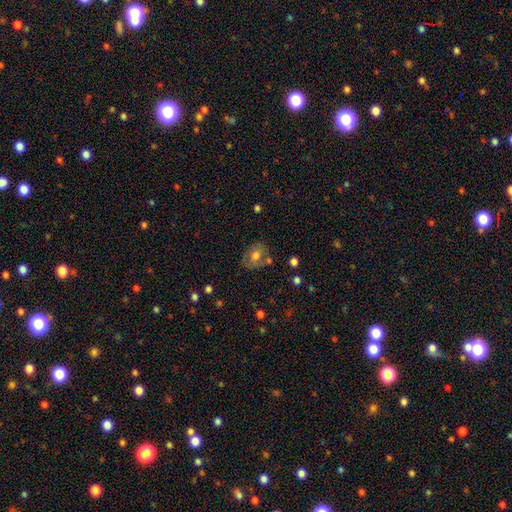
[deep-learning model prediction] Overall: smooth (58%; featured or disk 33%). How rounded: in between (57%; round 42%). Merging: none (63%).